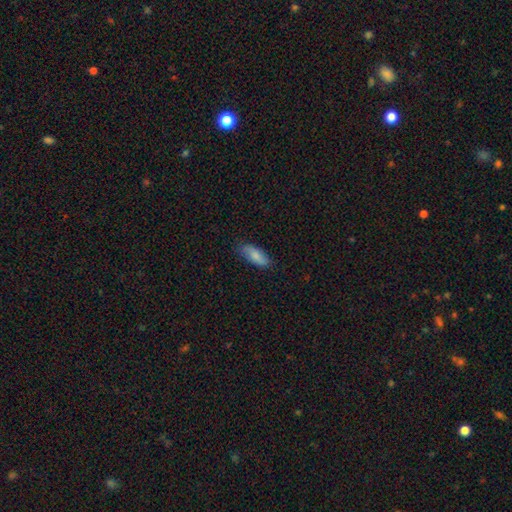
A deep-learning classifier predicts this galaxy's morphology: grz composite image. It shows a smooth galaxy with no disk features (79%) that is in between round and cigar-shaped (80%). Merging: none (77%).